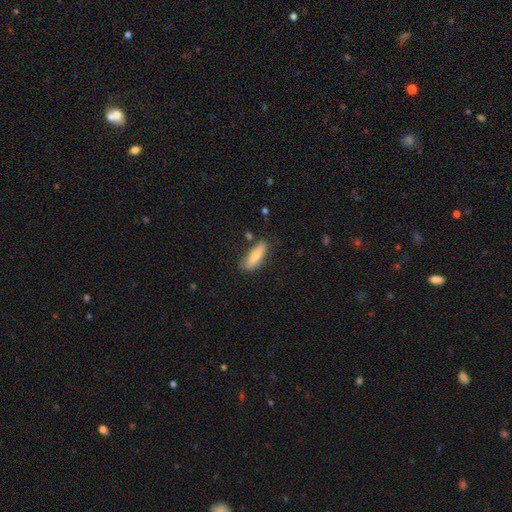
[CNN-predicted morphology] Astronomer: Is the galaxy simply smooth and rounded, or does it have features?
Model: smooth — 77%.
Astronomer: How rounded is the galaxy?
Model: cigar-shaped — 54% (runner-up: in between, 44%).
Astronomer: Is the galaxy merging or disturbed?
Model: none — 74%.